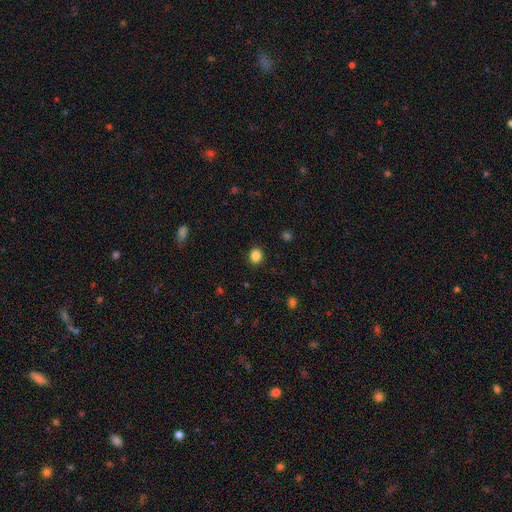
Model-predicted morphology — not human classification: The model was most divided on "how rounded": round: 77%, in between: 22%, cigar-shaped: 1%. More confident: merging — none (90%); smooth or featured — smooth (86%).